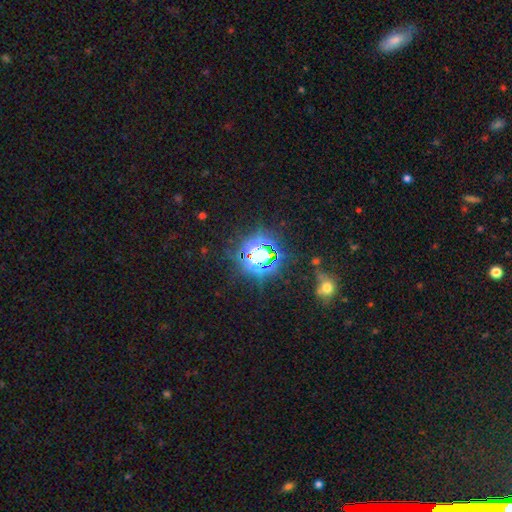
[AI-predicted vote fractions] This is likely a star or artifact rather than a galaxy (75%).